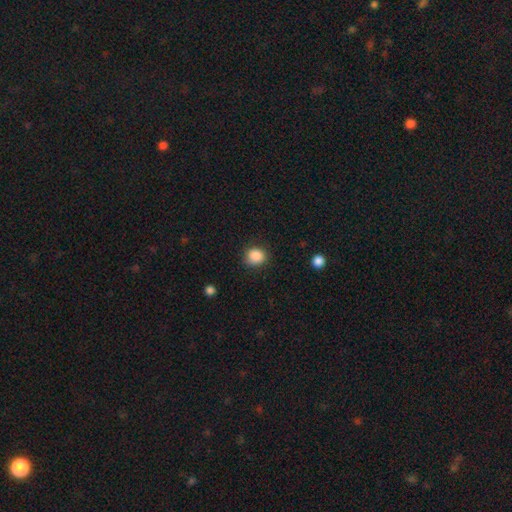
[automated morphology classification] smooth_or_featured: smooth (p=0.87) [alt: star or artifact p=0.09]
how_rounded: round (p=0.80) [alt: in between p=0.19]
merging: none (p=0.86) [alt: minor disturbance p=0.10]